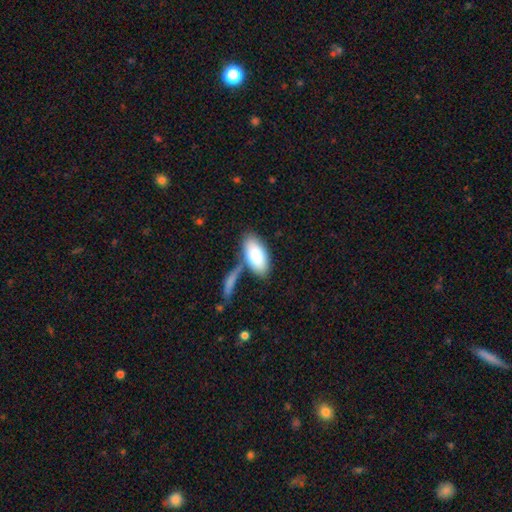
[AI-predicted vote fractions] A smooth galaxy with no disk features (81%) that is in between round and cigar-shaped (93%).

Vote fractions:
- Smooth or featured? smooth: 81% / featured or disk: 13% / star or artifact: 6%
- How rounded? in between: 93% / cigar-shaped: 5% / round: 2%
- Merging? none: 58% / merger: 21% / minor disturbance: 16% / major disturbance: 6%